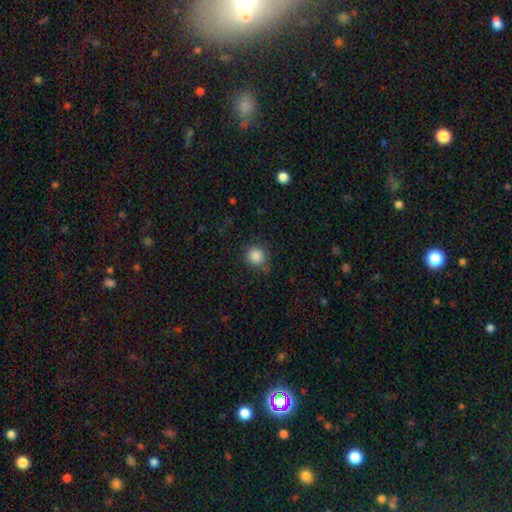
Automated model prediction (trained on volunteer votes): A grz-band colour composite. It shows a smooth galaxy with no disk features (87%) that is round (90%). Merging: none (80%).